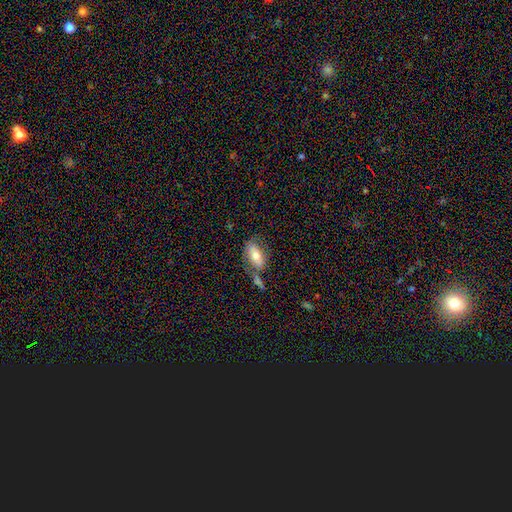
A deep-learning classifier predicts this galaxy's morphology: Smooth or featured? smooth (66%)
How rounded? in between (88%)
Merging? none (50%)